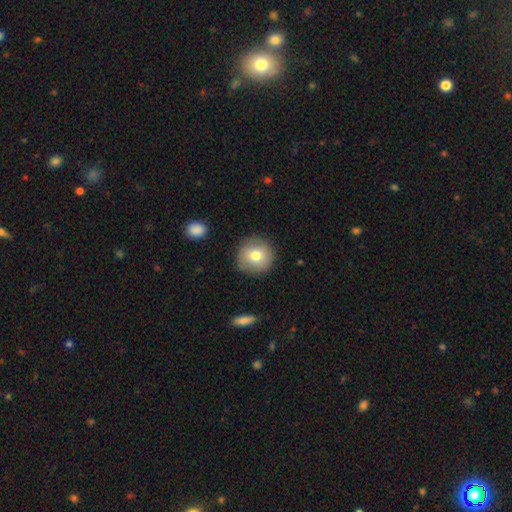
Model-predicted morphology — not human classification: This appears to be a smooth galaxy with no disk features (77%) that is round (93%). Merging: none (87%).